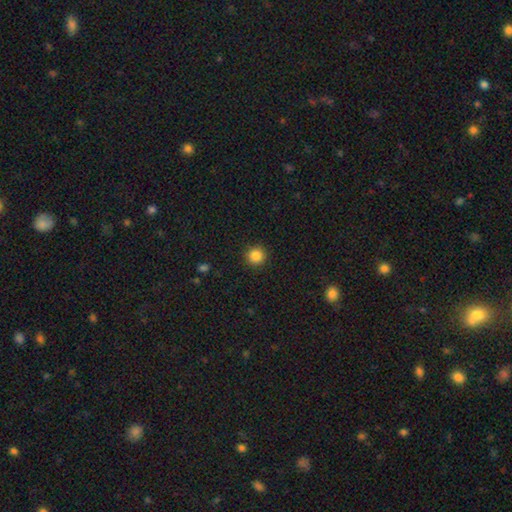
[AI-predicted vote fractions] Smooth or featured? smooth (85%)
How rounded? round (95%)
Merging? none (91%)